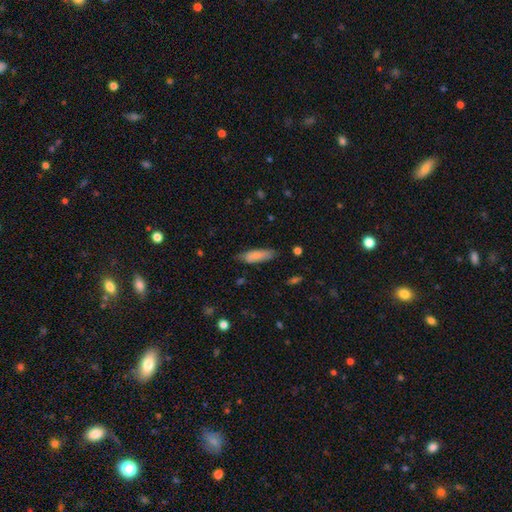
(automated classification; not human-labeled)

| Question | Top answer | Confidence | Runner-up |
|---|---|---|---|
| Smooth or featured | smooth | 82% | featured or disk (11%) |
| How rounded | cigar-shaped | 52% | in between (47%) |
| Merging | none | 74% | minor disturbance (21%) |